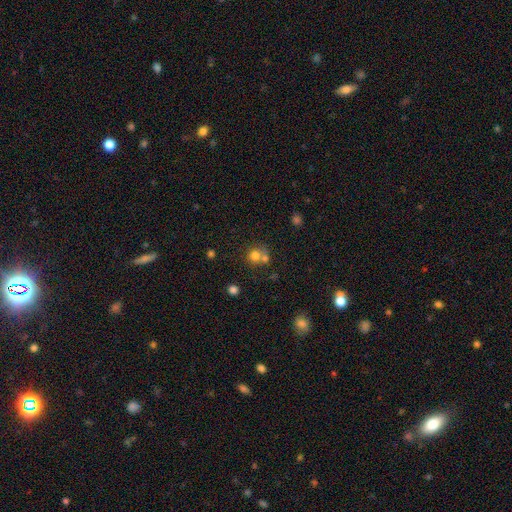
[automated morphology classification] smooth_or_featured: smooth (p=0.76) [alt: star or artifact p=0.14]
how_rounded: round (p=0.86) [alt: in between p=0.13]
merging: none (p=0.46) [alt: merger p=0.41]